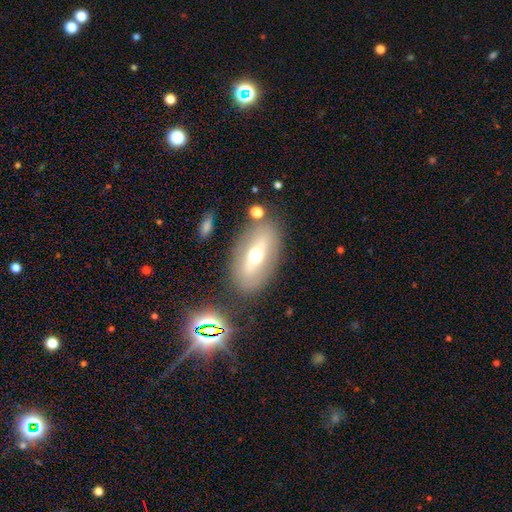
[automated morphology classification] Q: Smooth or featured?
A: featured or disk (50%); runner-up: smooth (40%)
Q: Edge-on disk?
A: no (69%); runner-up: yes (31%)
Q: Merging?
A: none (79%); runner-up: minor disturbance (12%)